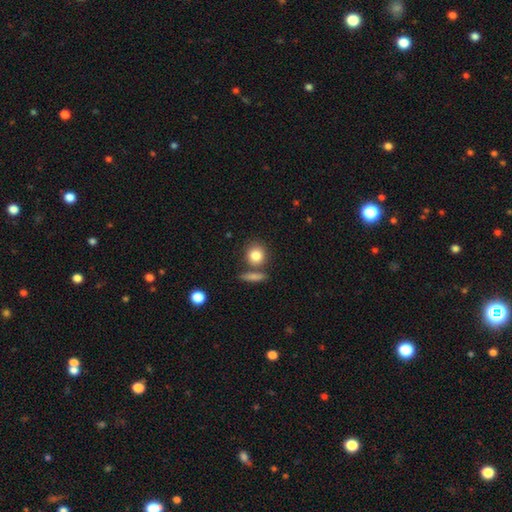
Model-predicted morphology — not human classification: This appears to be a smooth galaxy with no disk features (84%) that is round (78%). Merging: none (66%).